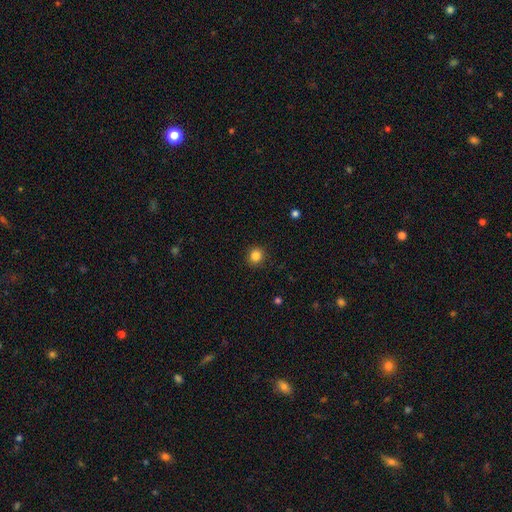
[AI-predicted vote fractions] Smooth or featured? smooth (85%)
How rounded? round (90%)
Merging? none (91%)